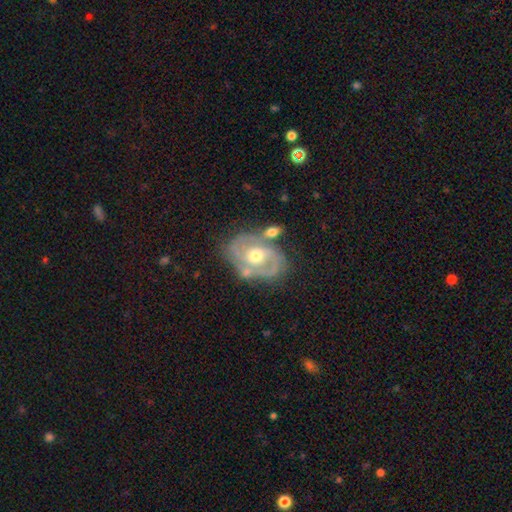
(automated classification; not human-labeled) A featured or disk galaxy (84%) with no bar (61%), 2 (65%) tight (46%) spiral arms (89%) and a moderate central bulge (69%). Merging: none (54%).